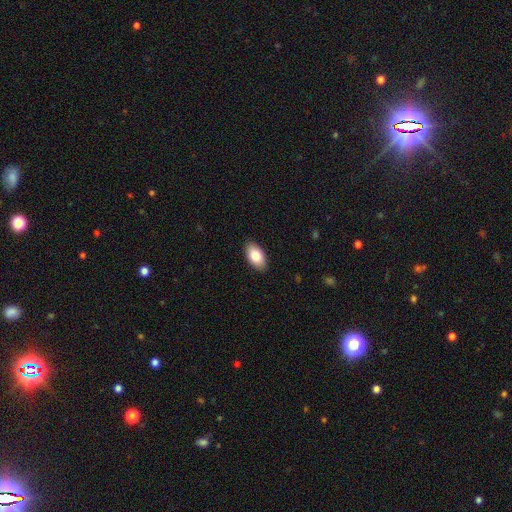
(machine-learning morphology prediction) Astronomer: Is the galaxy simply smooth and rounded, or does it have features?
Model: smooth — 82%.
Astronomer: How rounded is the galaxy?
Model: in between — 95%.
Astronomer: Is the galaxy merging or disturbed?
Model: none — 89%.